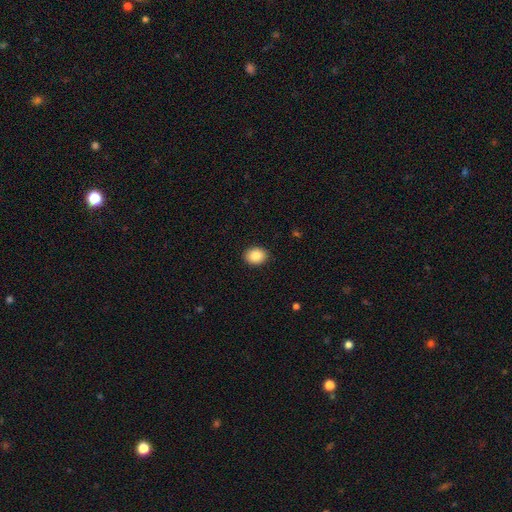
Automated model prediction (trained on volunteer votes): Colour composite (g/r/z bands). It shows a smooth galaxy with no disk features (87%) that is in between round and cigar-shaped (57%). Merging: none (91%).